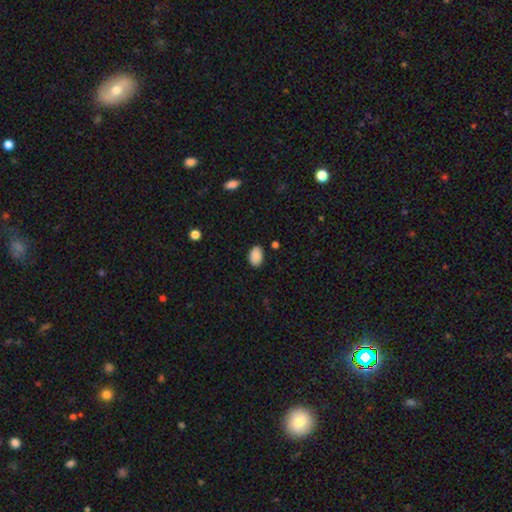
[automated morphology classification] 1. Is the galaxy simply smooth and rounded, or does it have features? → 89% smooth, 7% star or artifact, 4% featured or disk.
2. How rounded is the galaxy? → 89% in between, 10% round, 1% cigar-shaped.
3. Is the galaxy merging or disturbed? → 85% none, 11% minor disturbance, 2% major disturbance, 2% merger.